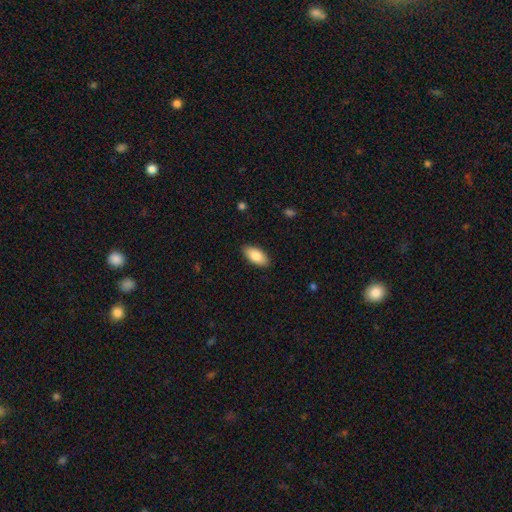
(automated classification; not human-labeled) smooth-or-featured: smooth: 86% | featured or disk: 8% | star or artifact: 6%
  how-rounded: in between: 92% | cigar-shaped: 6% | round: 2%
  merging: none: 89% | minor disturbance: 8% | major disturbance: 2% | merger: 1%